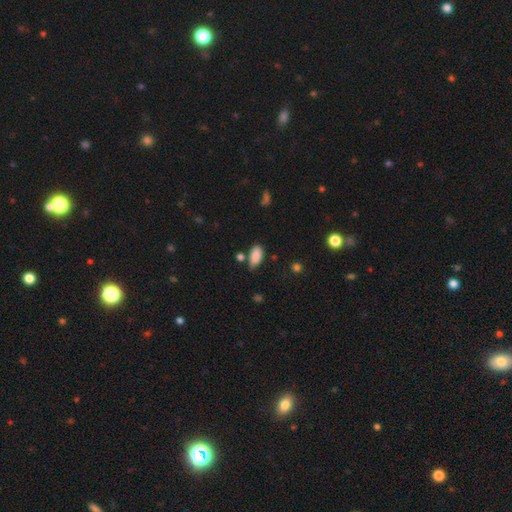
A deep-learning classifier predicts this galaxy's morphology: The model was most divided on "merging": none: 62%, minor disturbance: 24%, merger: 8%, major disturbance: 5%. More confident: how rounded — in between (91%); smooth or featured — smooth (87%).